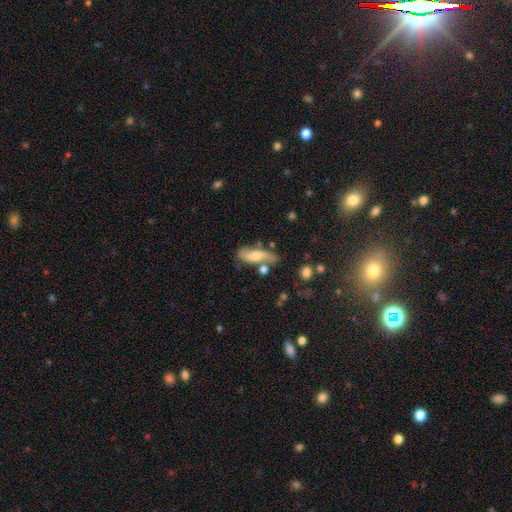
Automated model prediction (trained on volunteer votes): Smooth or featured? Predicted: smooth (p=0.56). How rounded? Predicted: in between (p=0.62). Merging? Predicted: none (p=0.56).